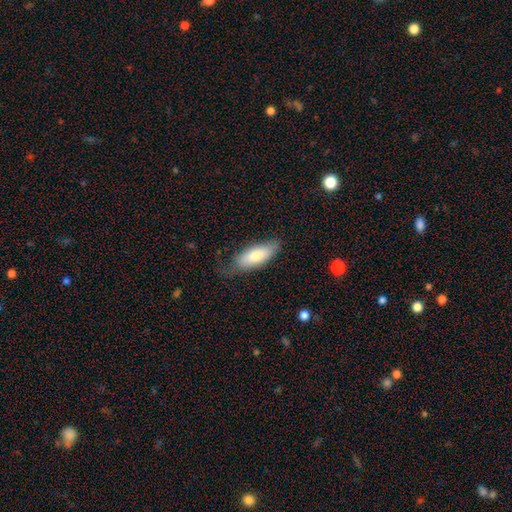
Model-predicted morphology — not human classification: Smooth or featured? smooth (76%)
How rounded? in between (76%)
Merging? none (65%)